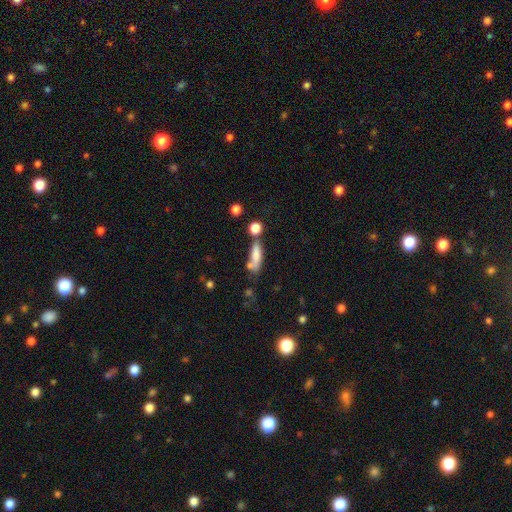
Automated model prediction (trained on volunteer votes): Smooth or featured? smooth (74%)
How rounded? cigar-shaped (51%)
Merging? none (49%)